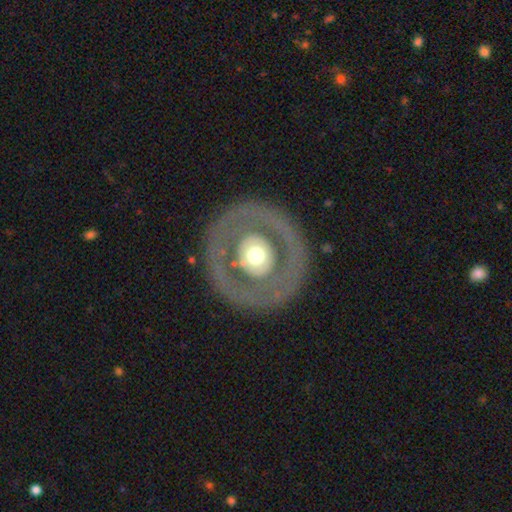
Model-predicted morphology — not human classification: Q: Smooth or featured?
A: featured or disk (56%); runner-up: smooth (38%)
Q: Edge-on disk?
A: no (93%); runner-up: yes (7%)
Q: Bar?
A: no (91%); runner-up: weak (5%)
Q: Spiral arms?
A: no (89%); runner-up: yes (11%)
Q: Bulge size?
A: moderate (60%); runner-up: large (28%)
Q: Merging?
A: none (81%); runner-up: major disturbance (9%)